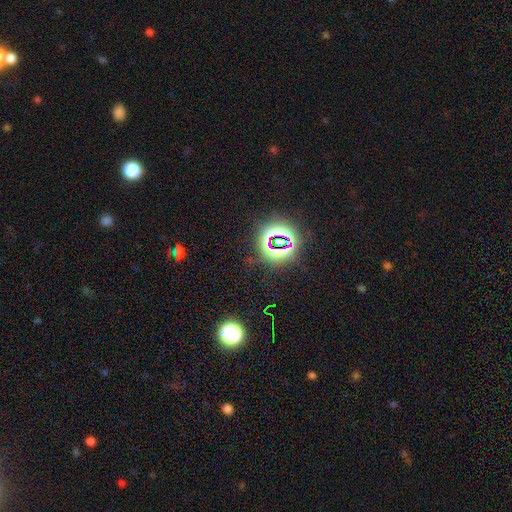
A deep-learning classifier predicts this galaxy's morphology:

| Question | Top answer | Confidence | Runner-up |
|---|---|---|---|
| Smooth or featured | star or artifact | 82% | smooth (11%) |